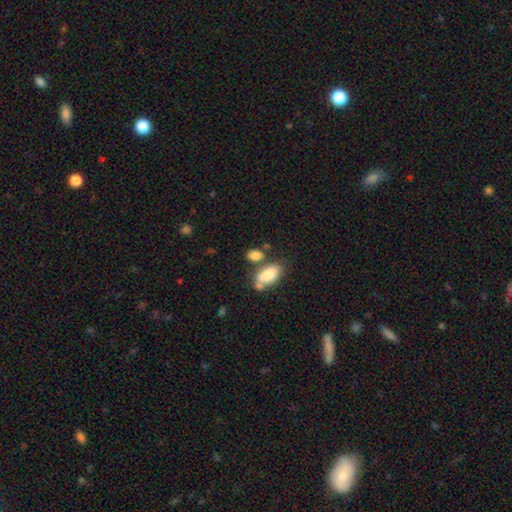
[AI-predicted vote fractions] Morphology: type=smooth (83%); roundness=in between (87%); merging=none (51%).